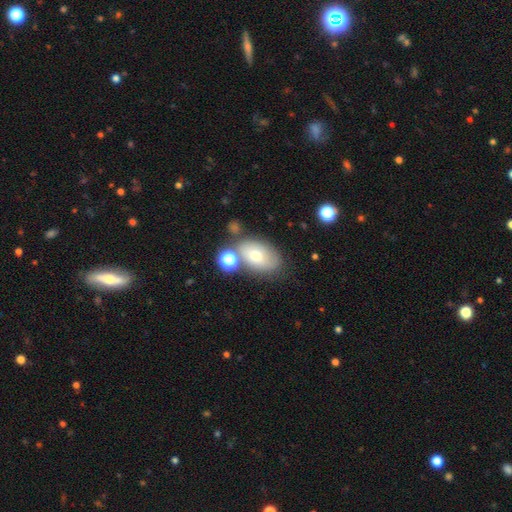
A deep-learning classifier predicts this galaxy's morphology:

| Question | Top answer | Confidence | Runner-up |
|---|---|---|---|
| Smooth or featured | smooth | 64% | featured or disk (25%) |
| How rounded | in between | 86% | round (13%) |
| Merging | none | 60% | minor disturbance (17%) |